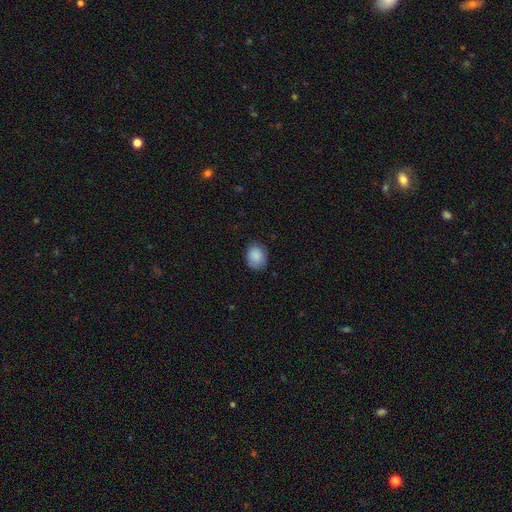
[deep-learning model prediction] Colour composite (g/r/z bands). It shows a smooth galaxy with no disk features (88%) that is round (54%). Merging: none (79%).